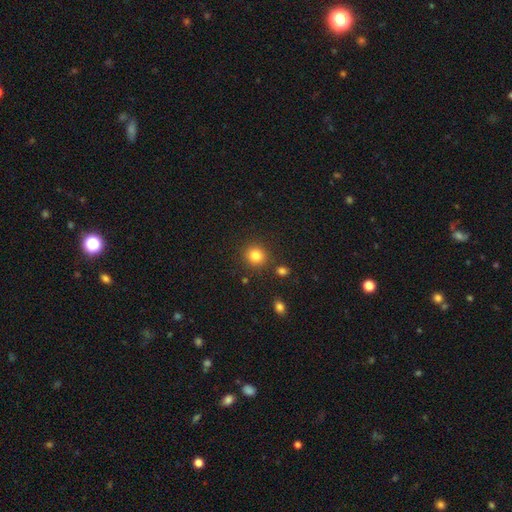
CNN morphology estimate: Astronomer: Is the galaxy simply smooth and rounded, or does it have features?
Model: smooth — 83%.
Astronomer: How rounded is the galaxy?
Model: round — 90%.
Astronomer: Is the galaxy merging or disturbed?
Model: none — 87%.